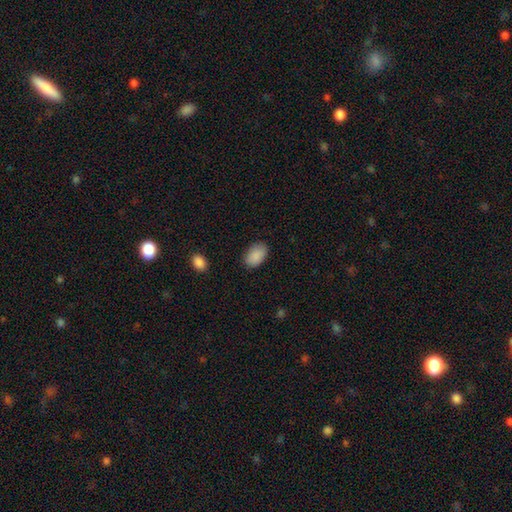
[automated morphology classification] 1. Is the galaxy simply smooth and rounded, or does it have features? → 89% smooth, 7% star or artifact, 4% featured or disk.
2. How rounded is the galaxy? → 91% in between, 8% round, 1% cigar-shaped.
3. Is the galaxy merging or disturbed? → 84% none, 12% minor disturbance, 3% major disturbance, 1% merger.